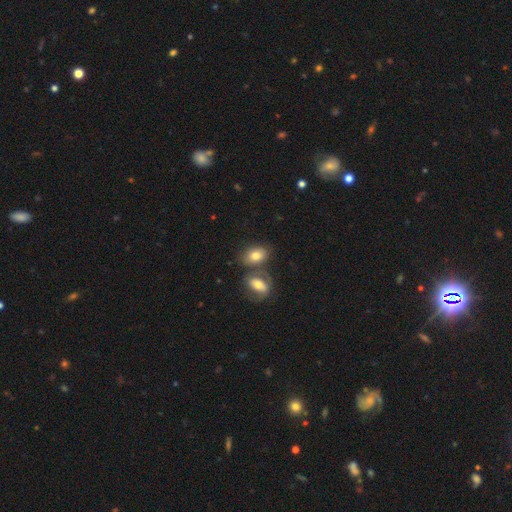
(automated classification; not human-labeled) Smooth or featured? Predicted: smooth (p=0.75). How rounded? Predicted: in between (p=0.84). Merging? Predicted: none (p=0.44).